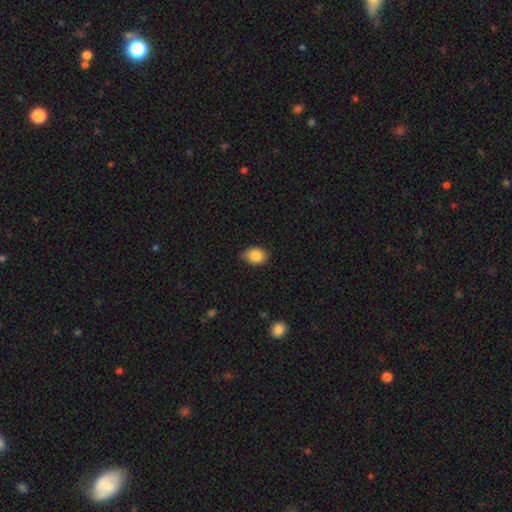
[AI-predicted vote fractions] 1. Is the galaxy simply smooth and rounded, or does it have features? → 86% smooth, 8% star or artifact, 6% featured or disk.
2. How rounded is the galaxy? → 66% in between, 33% round, 1% cigar-shaped.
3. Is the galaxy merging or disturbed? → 68% none, 27% minor disturbance, 3% major disturbance, 1% merger.